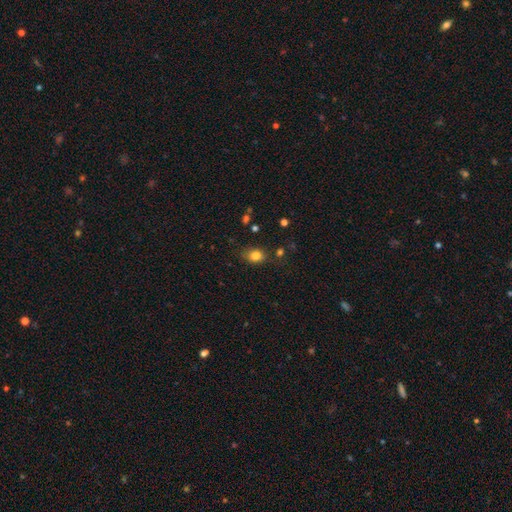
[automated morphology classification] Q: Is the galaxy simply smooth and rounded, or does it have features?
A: smooth — 81%.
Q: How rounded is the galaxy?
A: in between — 61%.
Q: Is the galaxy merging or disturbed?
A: none — 74%.